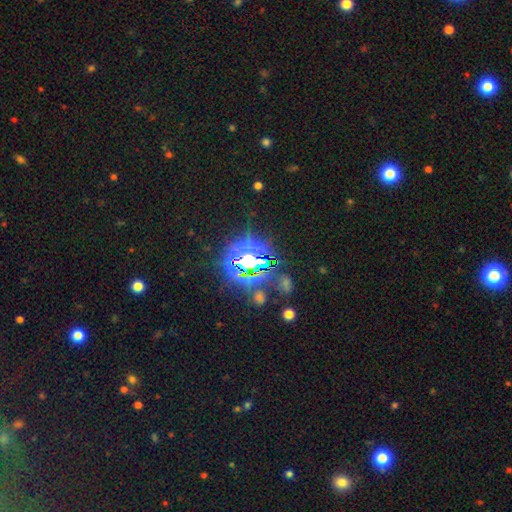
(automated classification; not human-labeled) Smooth or featured? star or artifact (80%)